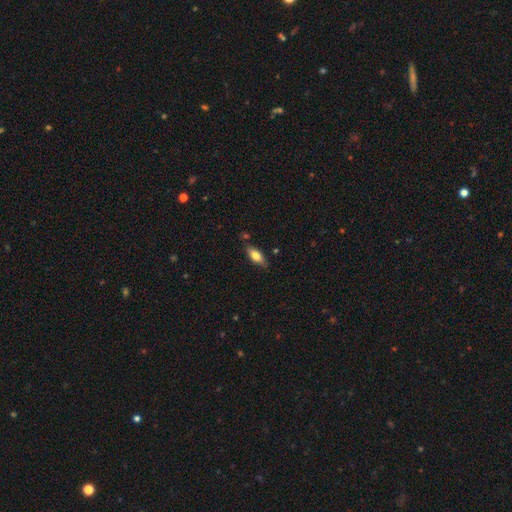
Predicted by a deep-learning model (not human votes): Q: Smooth or featured?
A: smooth (73%); runner-up: featured or disk (21%)
Q: How rounded?
A: in between (77%); runner-up: cigar-shaped (20%)
Q: Merging?
A: none (79%); runner-up: minor disturbance (15%)